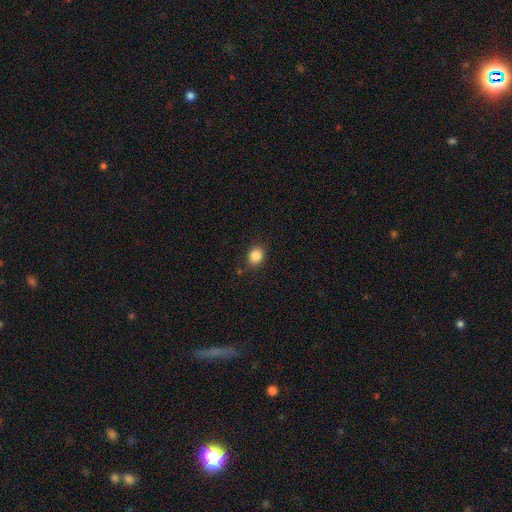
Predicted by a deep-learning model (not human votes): A smooth galaxy with no disk features (86%) that is round (59%). Merging: none (85%).